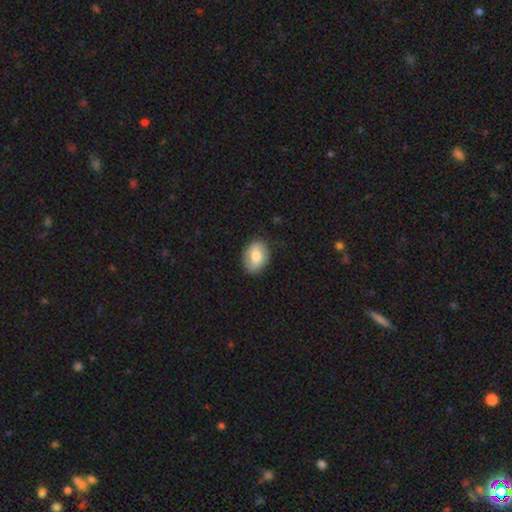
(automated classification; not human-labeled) smooth 63%, featured or disk 30%, star or artifact 7%. Down the decision tree: how rounded — in between (64%); merging — none (81%).